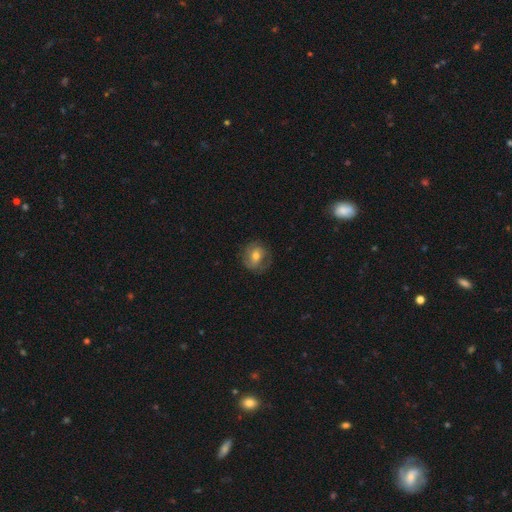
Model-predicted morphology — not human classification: Smooth or featured: featured or disk — 51% (smooth — 40%)
Edge-on disk: no — 96% (yes — 4%)
Merging: none — 72% (minor disturbance — 19%)